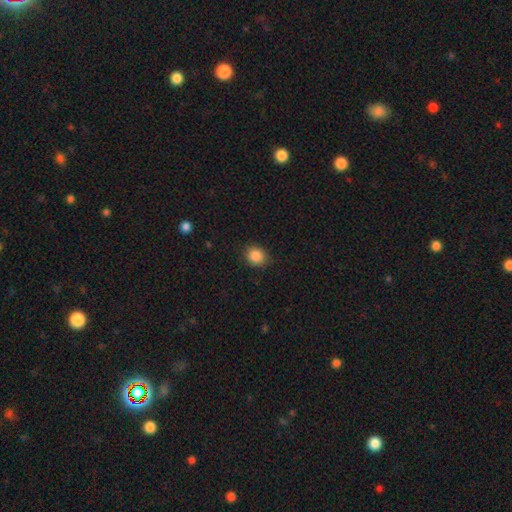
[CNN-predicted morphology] This is clearly a smooth galaxy (86%). How rounded: likely round (79%). Merging: clearly none (85%).